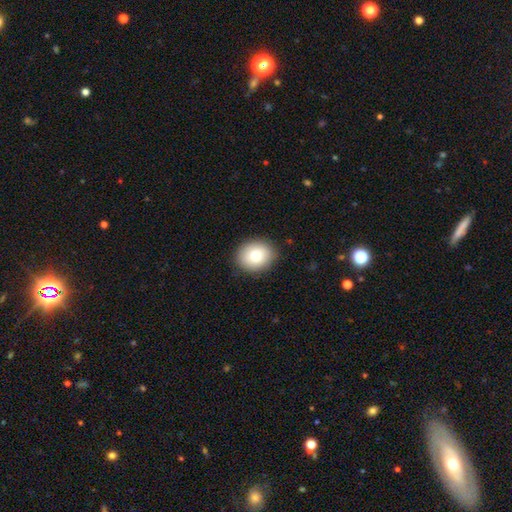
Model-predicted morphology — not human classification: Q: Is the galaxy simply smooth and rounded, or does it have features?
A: smooth — 79%.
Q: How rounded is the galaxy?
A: round — 64%.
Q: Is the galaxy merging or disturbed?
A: none — 88%.